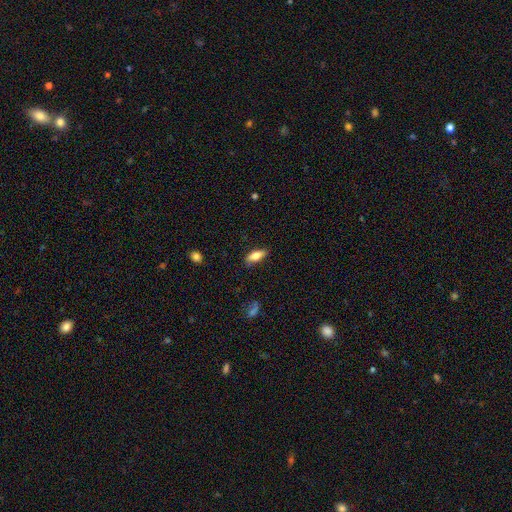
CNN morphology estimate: smooth_or_featured: smooth (p=0.74) [alt: featured or disk p=0.19]
how_rounded: in between (p=0.69) [alt: cigar-shaped p=0.29]
merging: none (p=0.84) [alt: minor disturbance p=0.12]